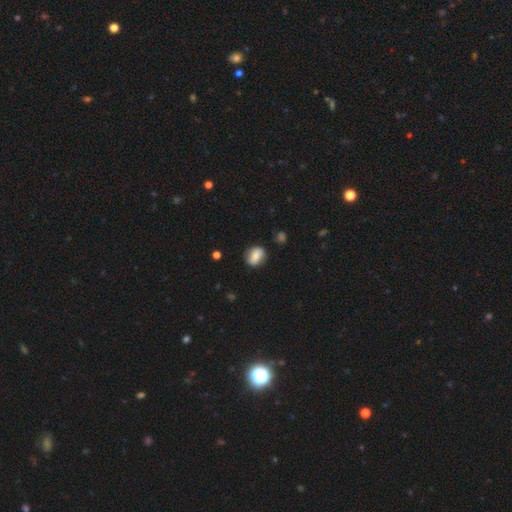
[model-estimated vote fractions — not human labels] smooth-or-featured: smooth: 75% | featured or disk: 16% | star or artifact: 8%
  how-rounded: in between: 60% | round: 39% | cigar-shaped: 2%
  merging: none: 79% | minor disturbance: 16% | major disturbance: 4% | merger: 2%